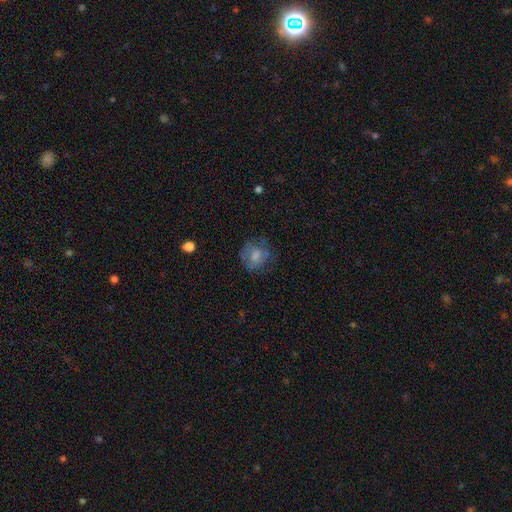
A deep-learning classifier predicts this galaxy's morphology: Smooth or featured: smooth — 64% (featured or disk — 26%)
How rounded: round — 78% (in between — 21%)
Merging: none — 63% (minor disturbance — 22%)